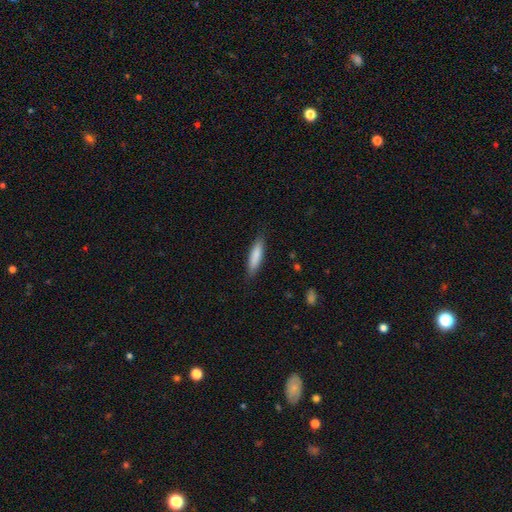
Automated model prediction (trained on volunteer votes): This appears to be a smooth galaxy with no disk features (83%) that is cigar-shaped (76%). Merging: none (86%).